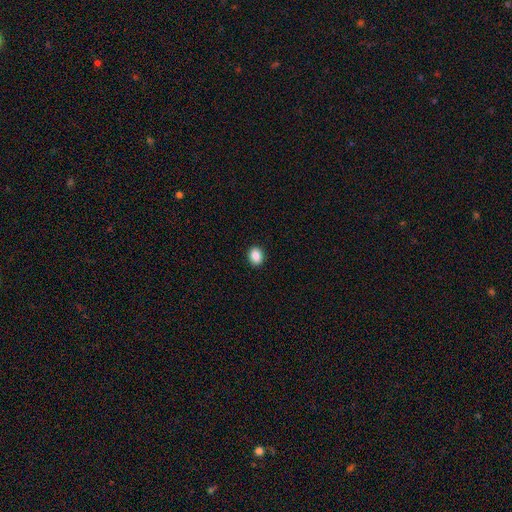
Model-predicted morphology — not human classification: Overall: smooth (88%). How rounded: in between (52%; round 47%). Merging: none (92%).